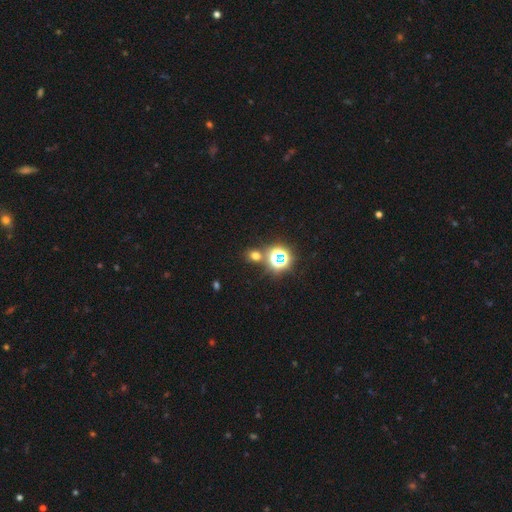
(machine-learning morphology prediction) The model was most divided on "smooth or featured": smooth: 55%, star or artifact: 38%, featured or disk: 7%. More confident: merging — none (75%); how rounded — round (71%).